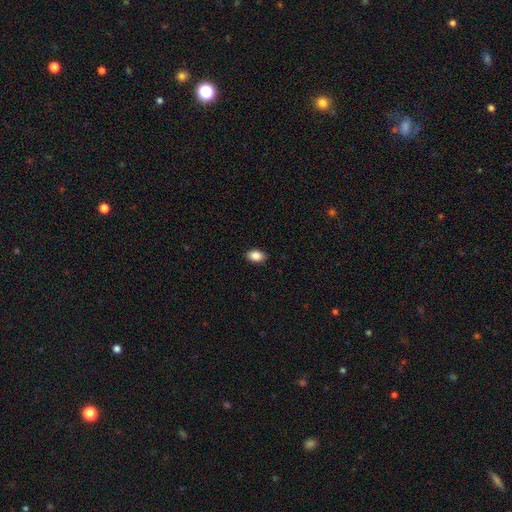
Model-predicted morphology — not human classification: Smooth or featured? smooth (88%)
How rounded? in between (87%)
Merging? none (89%)